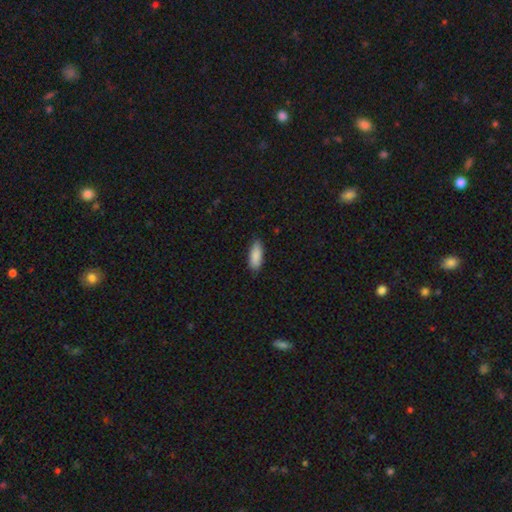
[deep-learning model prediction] smooth-or-featured: smooth: 89% | star or artifact: 6% | featured or disk: 5%
  how-rounded: in between: 75% | cigar-shaped: 23% | round: 2%
  merging: none: 85% | minor disturbance: 12% | major disturbance: 2% | merger: 1%